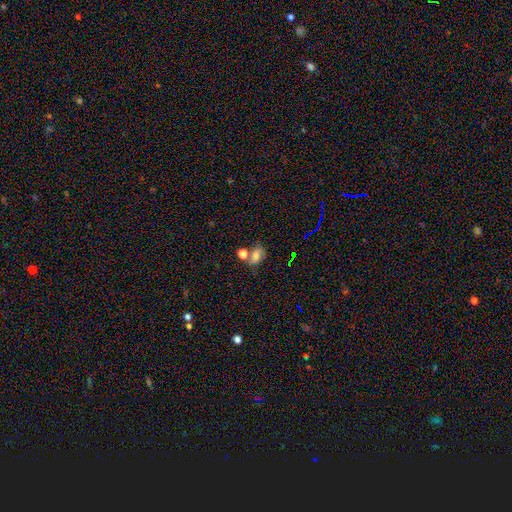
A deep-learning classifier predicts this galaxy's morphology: Smooth or featured? Predicted: smooth (p=0.55). How rounded? Predicted: in between (p=0.69). Merging? Predicted: none (p=0.45).